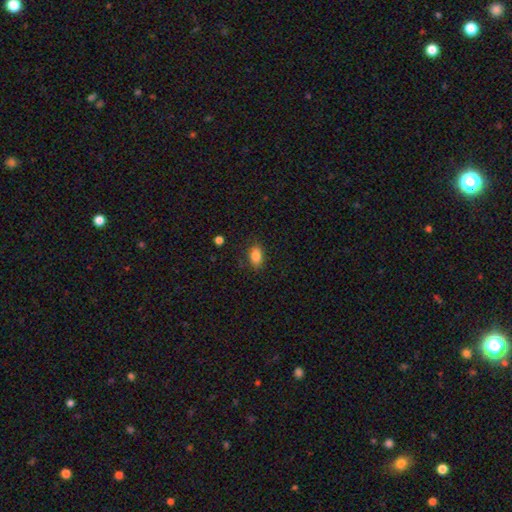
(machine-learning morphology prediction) Q: Smooth or featured?
A: smooth (85%); runner-up: star or artifact (9%)
Q: How rounded?
A: in between (87%); runner-up: round (10%)
Q: Merging?
A: none (84%); runner-up: minor disturbance (12%)